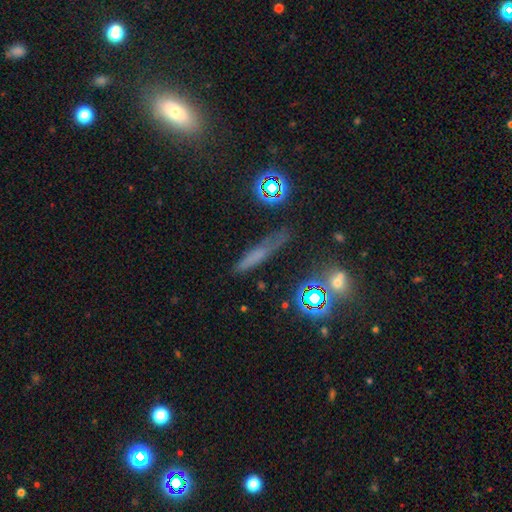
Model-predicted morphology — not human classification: A smooth galaxy with no disk features (50%). Merging: none (73%).